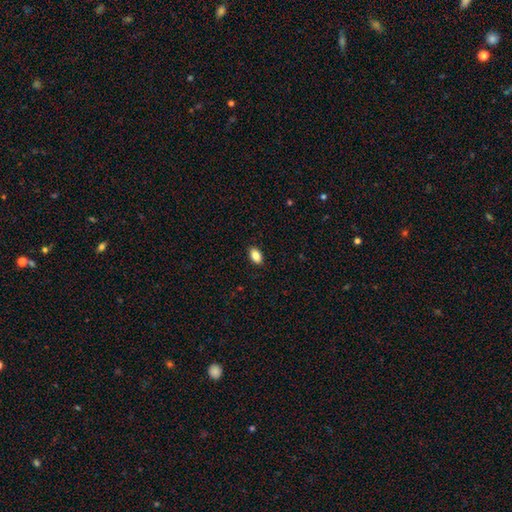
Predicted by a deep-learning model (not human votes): Smooth or featured? Predicted: smooth (p=0.86). How rounded? Predicted: in between (p=0.90). Merging? Predicted: none (p=0.89).